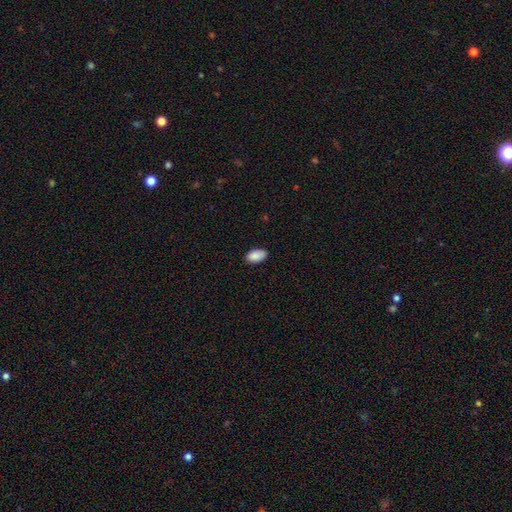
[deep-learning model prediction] Smooth or featured?
  - smooth: 89% *
  - star or artifact: 7%
  - featured or disk: 4%
How rounded?
  - in between: 94% *
  - round: 4%
  - cigar-shaped: 2%
Merging?
  - none: 84% *
  - minor disturbance: 13%
  - major disturbance: 2%
  - merger: 1%